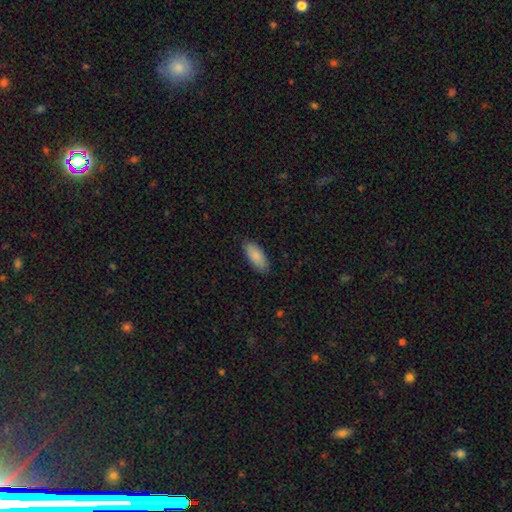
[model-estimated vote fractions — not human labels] smooth-or-featured: smooth: 87% | featured or disk: 7% | star or artifact: 6%
  how-rounded: in between: 86% | cigar-shaped: 12% | round: 2%
  merging: none: 86% | minor disturbance: 11% | major disturbance: 2% | merger: 1%